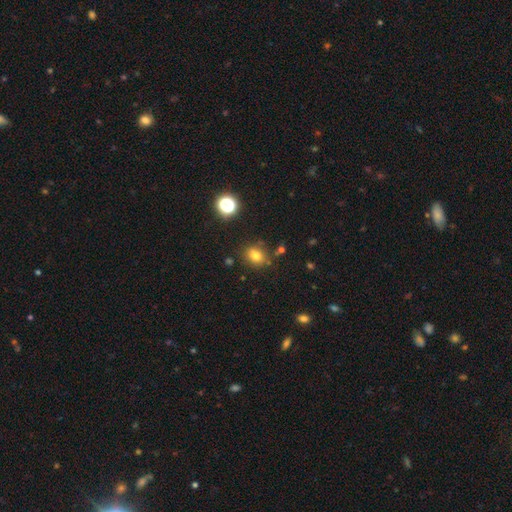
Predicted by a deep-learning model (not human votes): This is likely a smooth galaxy (76%). How rounded: possibly round (56%). Merging: likely none (78%).